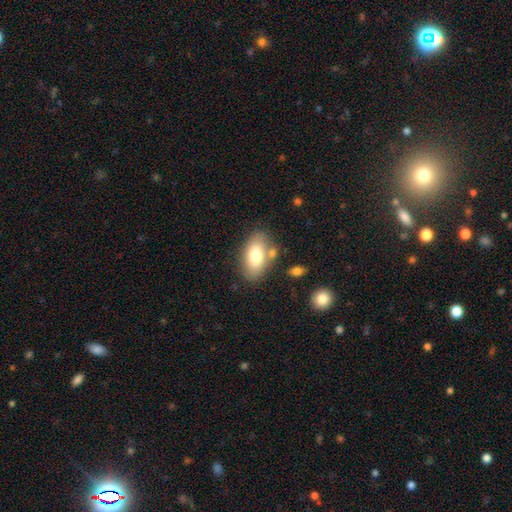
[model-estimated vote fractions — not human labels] This is likely a smooth galaxy (75%). How rounded: clearly in between (92%). Merging: likely none (71%).